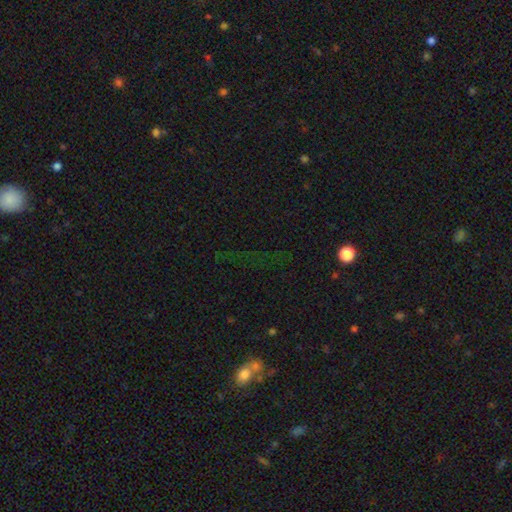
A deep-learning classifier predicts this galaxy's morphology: Q: Smooth or featured?
A: star or artifact (57%); runner-up: smooth (27%)